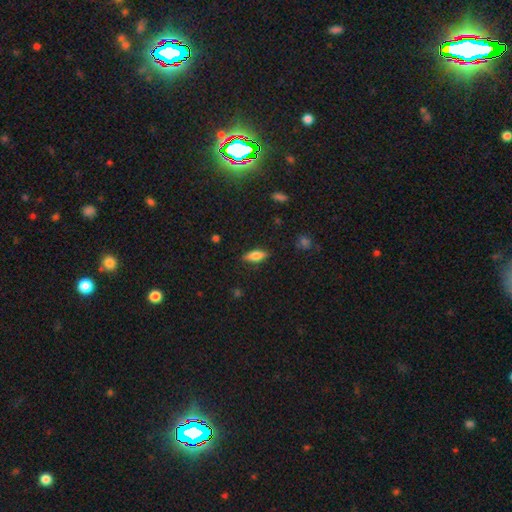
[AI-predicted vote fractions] Smooth or featured? Predicted: smooth (p=0.71). How rounded? Predicted: in between (p=0.68). Merging? Predicted: none (p=0.86).